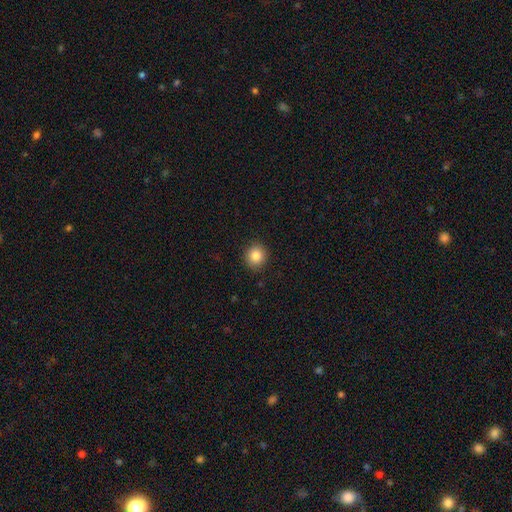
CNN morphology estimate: Smooth or featured? smooth (85%)
How rounded? round (84%)
Merging? none (90%)